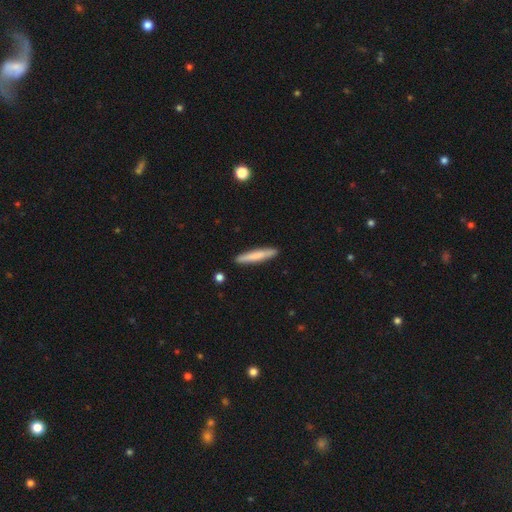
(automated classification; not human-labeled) Smooth or featured: smooth — 73% (featured or disk — 21%)
How rounded: cigar-shaped — 94% (in between — 5%)
Merging: none — 89% (minor disturbance — 8%)